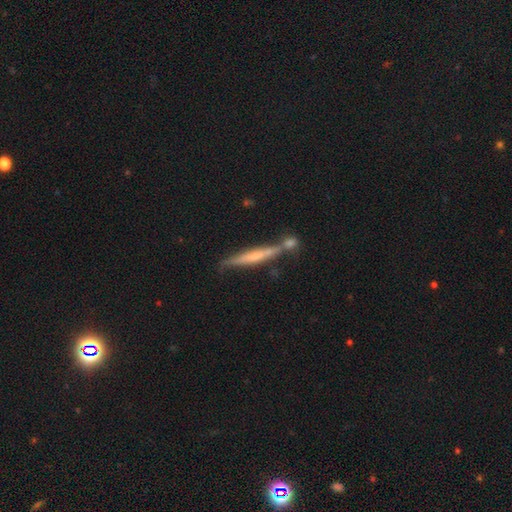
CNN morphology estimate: A featured or disk galaxy (55%) viewed edge-on (93%) with no central bulge (55%).

Vote fractions:
- Smooth or featured? featured or disk: 55% / smooth: 38% / star or artifact: 7%
- Edge-on disk? yes: 93% / no: 7%
- Edge-on bulge? none: 55% / rounded: 26% / boxy: 19%
- Merging? none: 58% / merger: 23% / minor disturbance: 15% / major disturbance: 5%